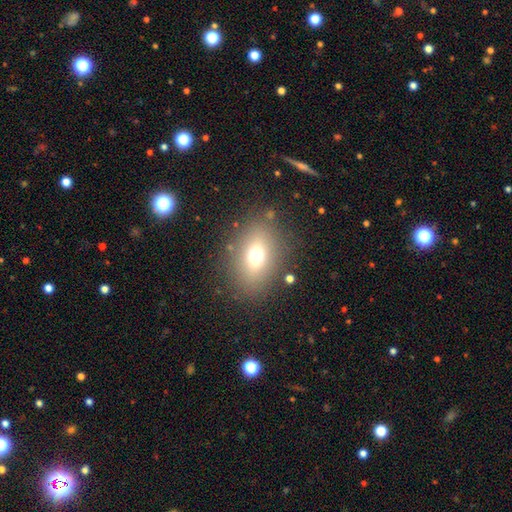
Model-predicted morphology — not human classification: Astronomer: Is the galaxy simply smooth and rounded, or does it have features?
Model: smooth — 68%.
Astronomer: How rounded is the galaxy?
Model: in between — 68%.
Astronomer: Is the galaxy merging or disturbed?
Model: none — 81%.